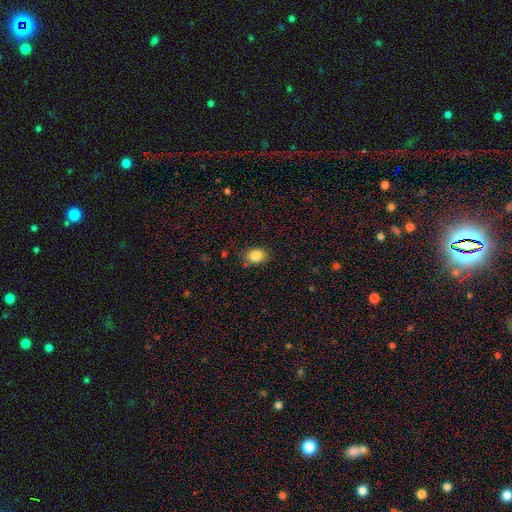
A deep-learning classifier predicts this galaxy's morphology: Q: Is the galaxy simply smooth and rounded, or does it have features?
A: smooth — 85%.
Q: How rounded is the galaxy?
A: in between — 64%.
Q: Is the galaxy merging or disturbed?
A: none — 83%.